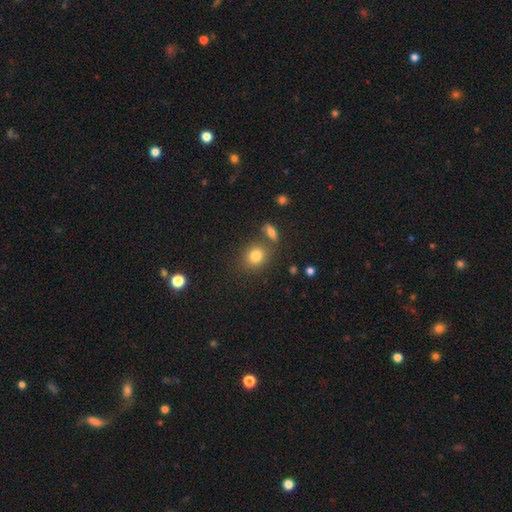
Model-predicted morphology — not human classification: Q: Smooth or featured?
A: smooth (80%); runner-up: star or artifact (12%)
Q: How rounded?
A: round (74%); runner-up: in between (25%)
Q: Merging?
A: none (73%); runner-up: merger (12%)